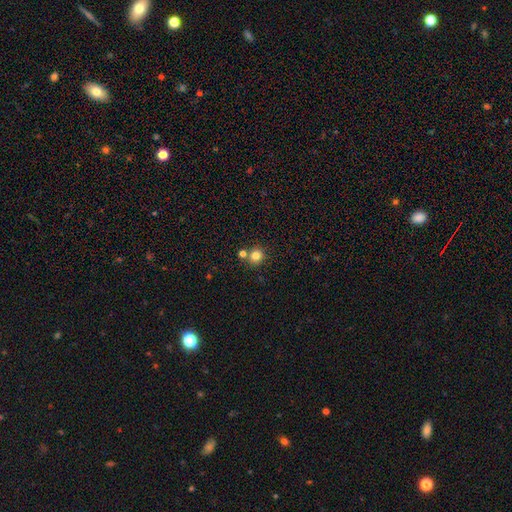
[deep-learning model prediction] Smooth or featured?
  - smooth: 81% *
  - star or artifact: 13%
  - featured or disk: 6%
How rounded?
  - round: 91% *
  - in between: 8%
  - cigar-shaped: 1%
Merging?
  - none: 73% *
  - merger: 17%
  - minor disturbance: 8%
  - major disturbance: 2%